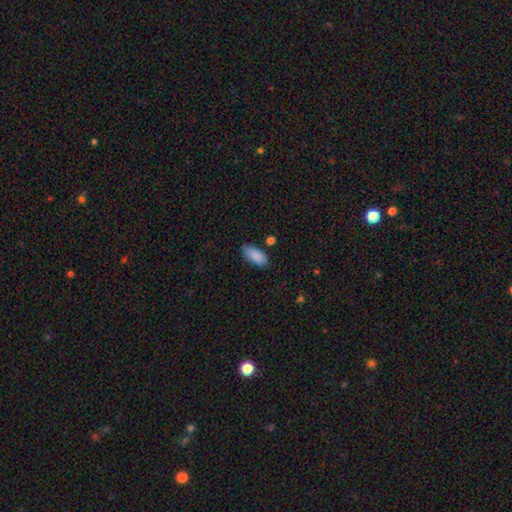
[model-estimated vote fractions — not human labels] Smooth or featured?
  - smooth: 88% *
  - star or artifact: 7%
  - featured or disk: 5%
How rounded?
  - in between: 85% *
  - cigar-shaped: 13%
  - round: 2%
Merging?
  - none: 76% *
  - minor disturbance: 17%
  - merger: 3%
  - major disturbance: 3%